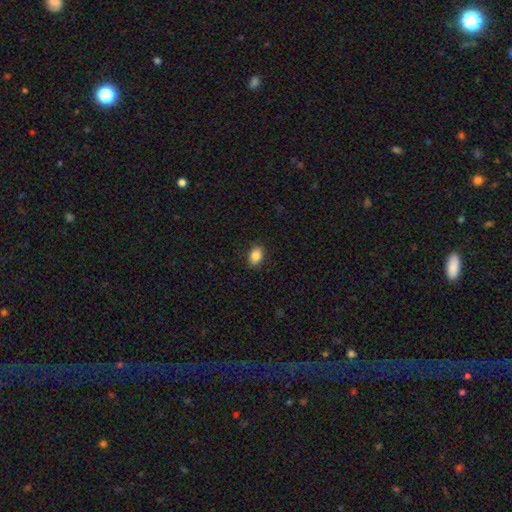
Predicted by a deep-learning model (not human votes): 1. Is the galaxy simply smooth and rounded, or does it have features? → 85% smooth, 9% star or artifact, 6% featured or disk.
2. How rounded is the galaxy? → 81% in between, 17% round, 2% cigar-shaped.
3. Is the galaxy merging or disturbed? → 88% none, 9% minor disturbance, 2% major disturbance, 1% merger.